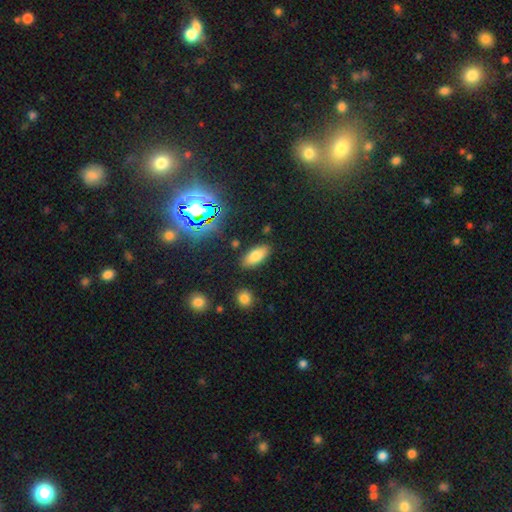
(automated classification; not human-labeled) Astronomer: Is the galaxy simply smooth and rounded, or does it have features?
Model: smooth — 74%.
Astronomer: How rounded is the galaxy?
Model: in between — 84%.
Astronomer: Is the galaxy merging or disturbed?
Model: none — 86%.